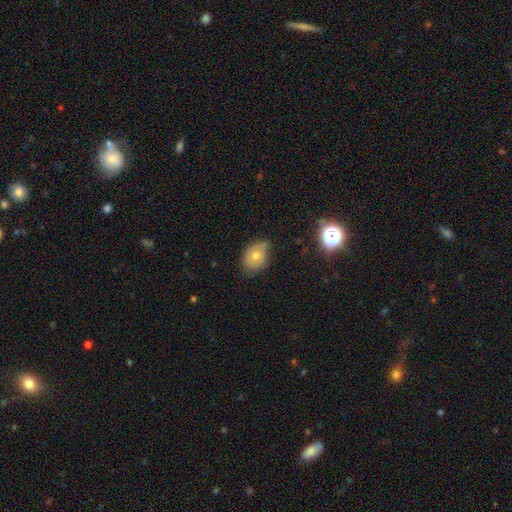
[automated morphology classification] smooth-or-featured: smooth: 51% | featured or disk: 34% | star or artifact: 16%
  how-rounded: in between: 61% | round: 38% | cigar-shaped: 1%
  merging: none: 62% | minor disturbance: 29% | major disturbance: 7% | merger: 2%